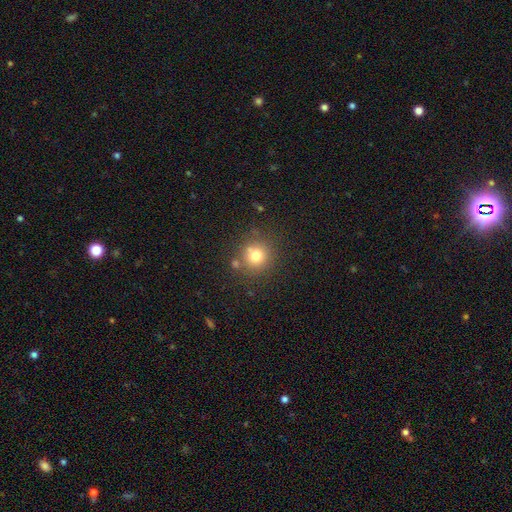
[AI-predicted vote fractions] Smooth or featured: smooth — 75% (star or artifact — 15%)
How rounded: round — 91% (in between — 8%)
Merging: none — 78% (minor disturbance — 10%)